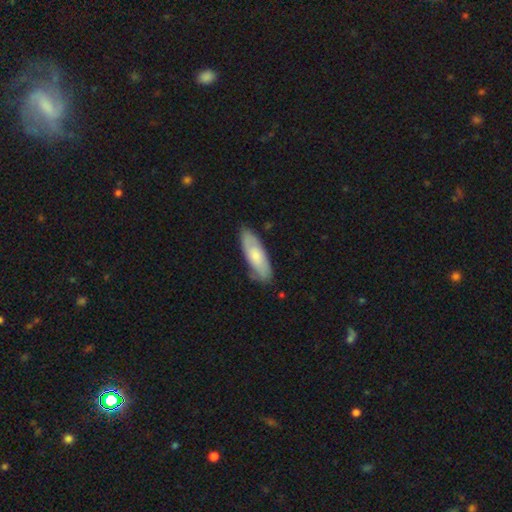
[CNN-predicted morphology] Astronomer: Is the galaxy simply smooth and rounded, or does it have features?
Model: smooth — 60%.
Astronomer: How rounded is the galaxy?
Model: in between — 59% (runner-up: cigar-shaped, 39%).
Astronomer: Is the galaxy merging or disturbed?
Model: none — 78%.